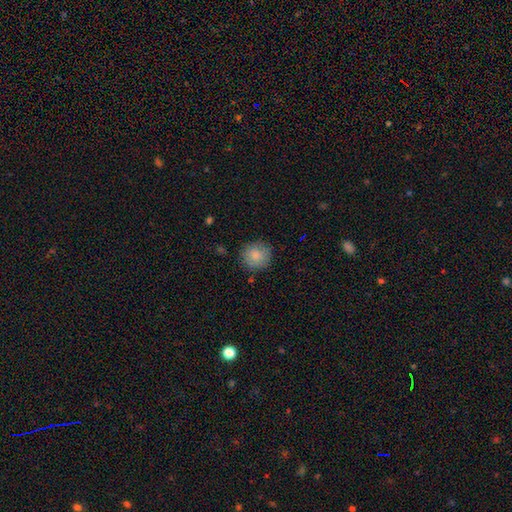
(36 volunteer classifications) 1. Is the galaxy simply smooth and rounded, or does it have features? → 92% smooth, 8% featured or disk, 0% star or artifact.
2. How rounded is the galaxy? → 94% round, 6% in between, 0% cigar-shaped.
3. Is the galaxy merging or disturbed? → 86% none, 11% minor disturbance, 3% major disturbance, 0% merger.